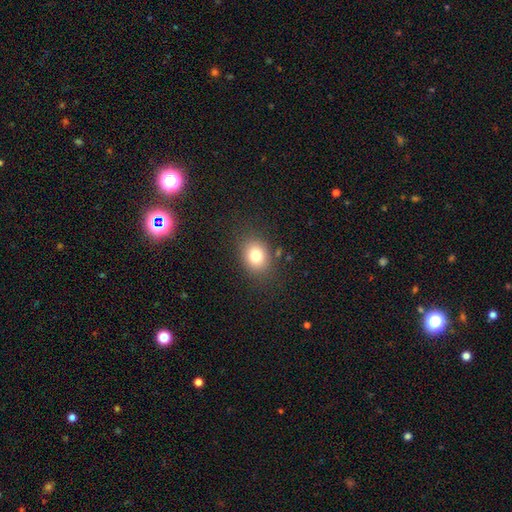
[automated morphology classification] A smooth galaxy with no disk features (80%) that is in between round and cigar-shaped (50%).

Vote fractions:
- Smooth or featured? smooth: 80% / star or artifact: 11% / featured or disk: 9%
- How rounded? in between: 50% / round: 49% / cigar-shaped: 1%
- Merging? none: 83% / minor disturbance: 11% / major disturbance: 4% / merger: 2%